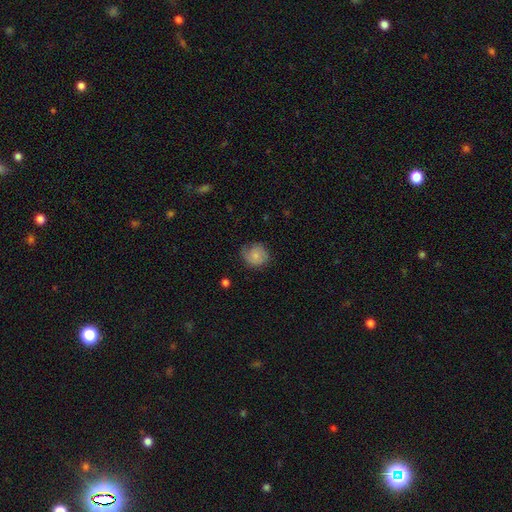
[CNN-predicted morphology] Smooth or featured? Predicted: smooth (p=0.70). How rounded? Predicted: round (p=0.80). Merging? Predicted: none (p=0.64).